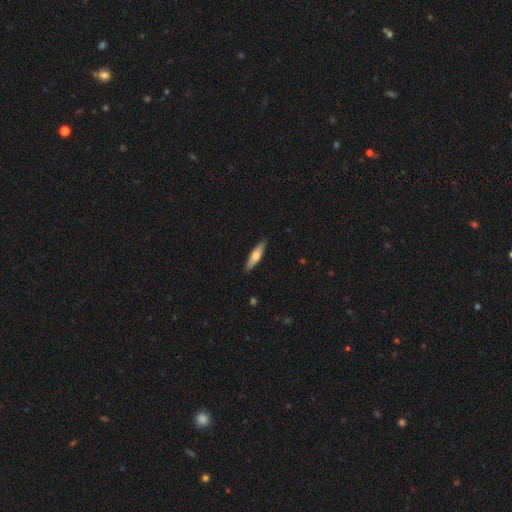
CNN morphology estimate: Smooth or featured: smooth — 57% (featured or disk — 38%)
How rounded: cigar-shaped — 76% (in between — 22%)
Merging: none — 90% (minor disturbance — 8%)